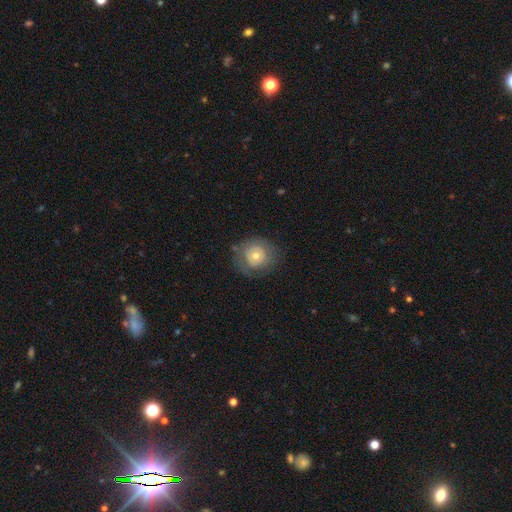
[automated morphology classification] Smooth or featured: smooth — 58% (featured or disk — 34%)
How rounded: round — 89% (in between — 10%)
Merging: none — 72% (minor disturbance — 17%)